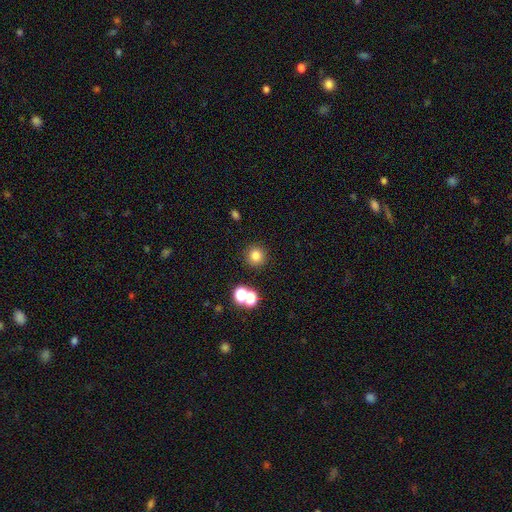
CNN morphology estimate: The model was most divided on "smooth or featured": smooth: 78%, star or artifact: 15%, featured or disk: 7%. More confident: how rounded — round (94%); merging — none (84%).